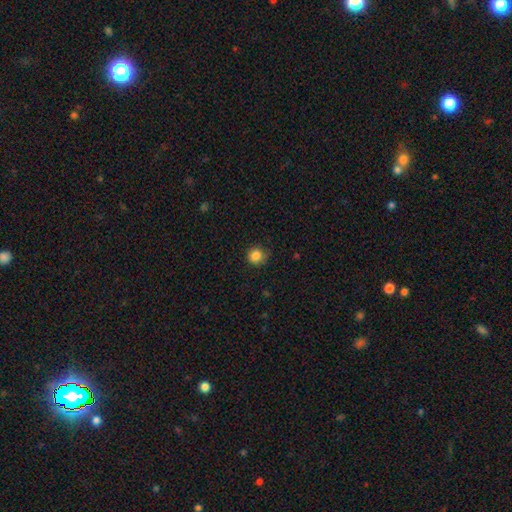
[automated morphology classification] Q: Smooth or featured?
A: smooth (85%); runner-up: star or artifact (10%)
Q: How rounded?
A: round (89%); runner-up: in between (10%)
Q: Merging?
A: none (73%); runner-up: minor disturbance (21%)